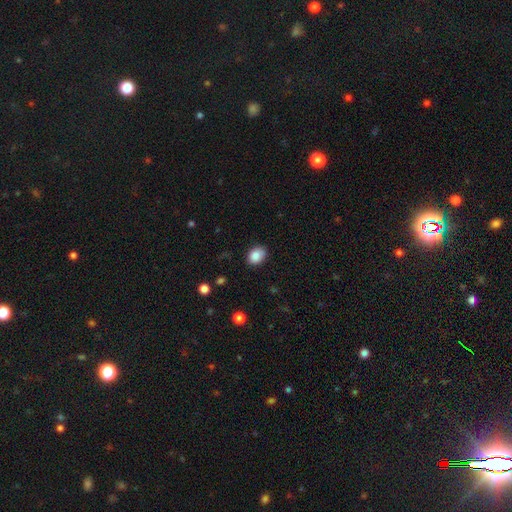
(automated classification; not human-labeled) Smooth or featured? smooth (87%)
How rounded? in between (66%)
Merging? none (83%)